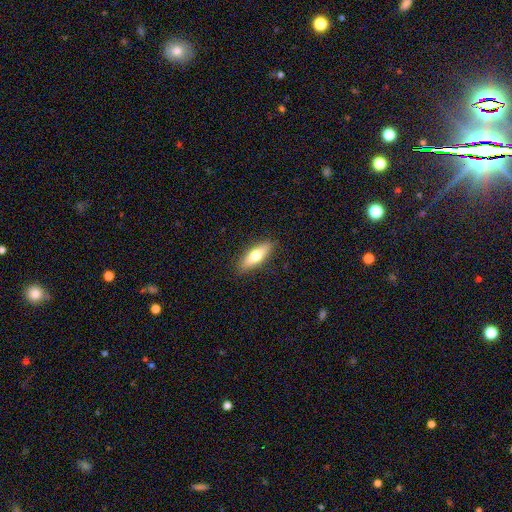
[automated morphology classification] type=smooth (64%); roundness=in between (51%); merging=none (88%).